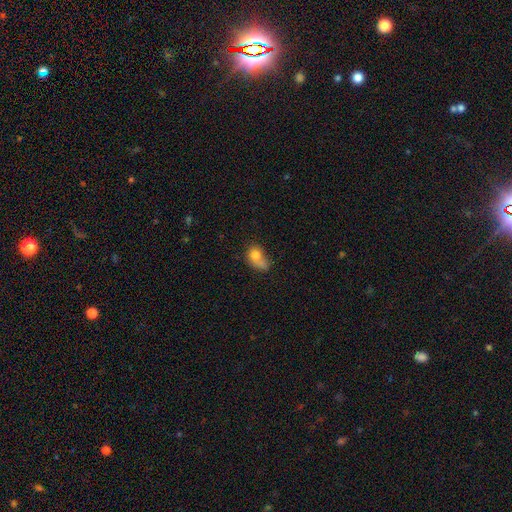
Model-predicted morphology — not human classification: type=smooth (73%); roundness=in between (64%); merging=none (27%, tied with major disturbance).